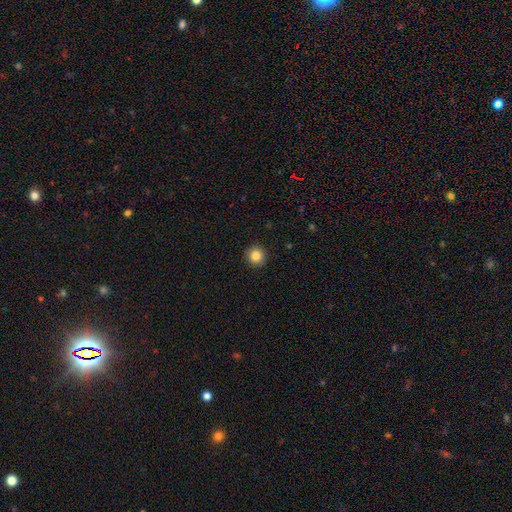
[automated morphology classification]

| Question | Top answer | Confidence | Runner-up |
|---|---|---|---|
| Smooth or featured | smooth | 86% | star or artifact (10%) |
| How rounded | round | 94% | in between (5%) |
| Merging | none | 92% | minor disturbance (5%) |